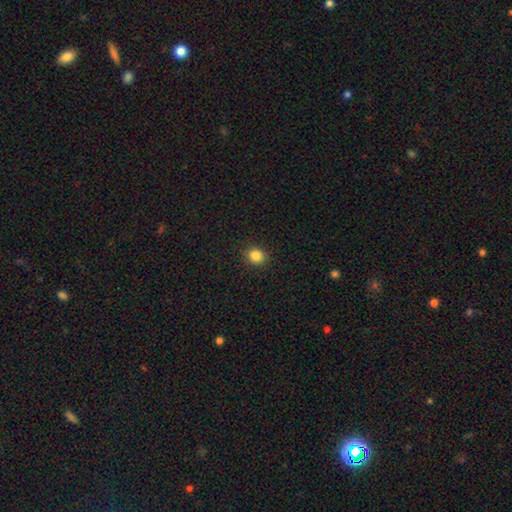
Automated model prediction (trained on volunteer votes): smooth_or_featured: smooth (p=0.85) [alt: star or artifact p=0.11]
how_rounded: round (p=0.78) [alt: in between p=0.21]
merging: none (p=0.91) [alt: minor disturbance p=0.06]